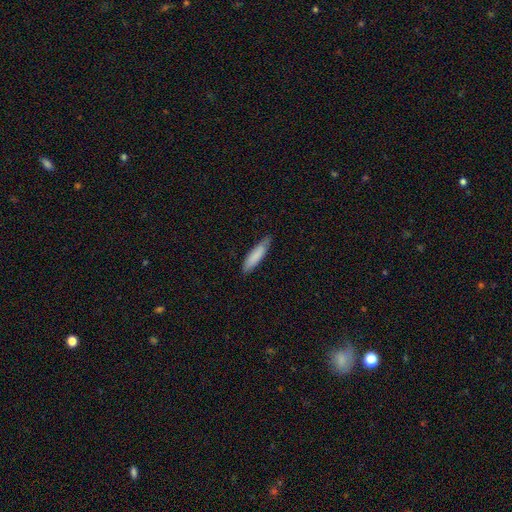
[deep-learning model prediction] smooth_or_featured: smooth (p=0.82) [alt: featured or disk p=0.12]
how_rounded: cigar-shaped (p=0.74) [alt: in between p=0.25]
merging: none (p=0.77) [alt: minor disturbance p=0.19]